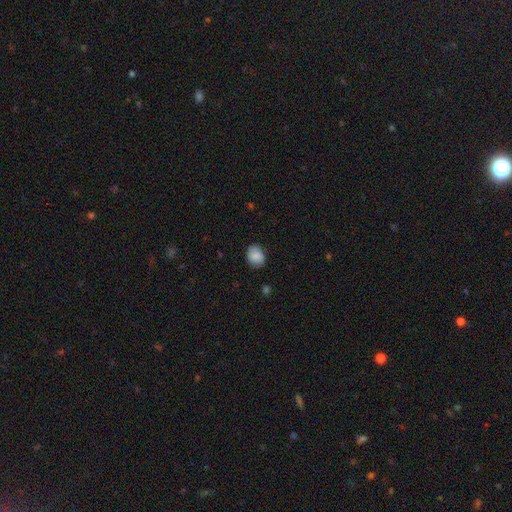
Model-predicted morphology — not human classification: This is clearly a smooth galaxy (86%). How rounded: possibly in between (53%). Merging: clearly none (80%).